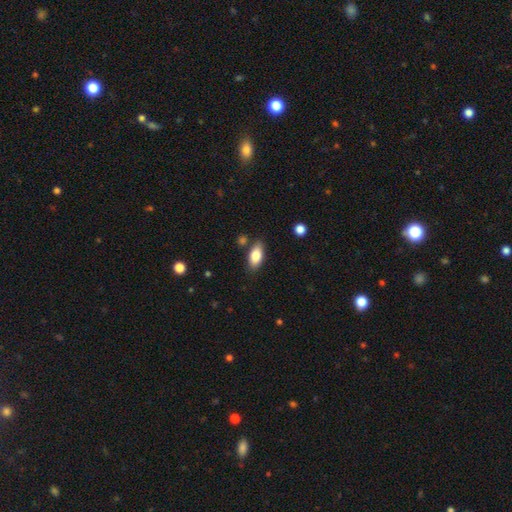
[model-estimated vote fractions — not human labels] smooth_or_featured: smooth (p=0.81) [alt: featured or disk p=0.12]
how_rounded: in between (p=0.88) [alt: cigar-shaped p=0.08]
merging: none (p=0.80) [alt: minor disturbance p=0.13]